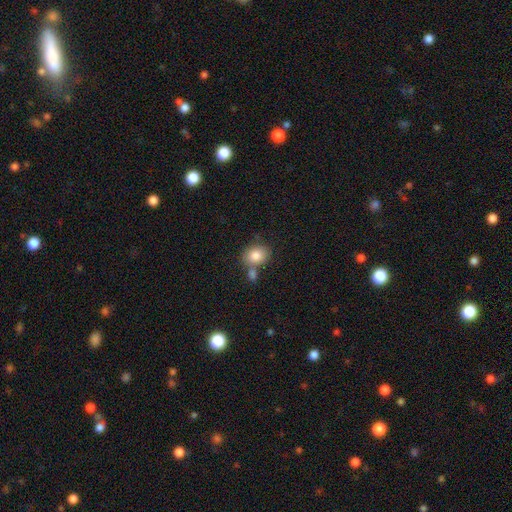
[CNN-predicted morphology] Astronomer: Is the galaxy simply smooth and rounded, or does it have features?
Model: smooth — 83%.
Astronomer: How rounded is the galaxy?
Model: in between — 52% (runner-up: round, 47%).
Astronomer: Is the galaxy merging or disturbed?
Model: none — 57%.